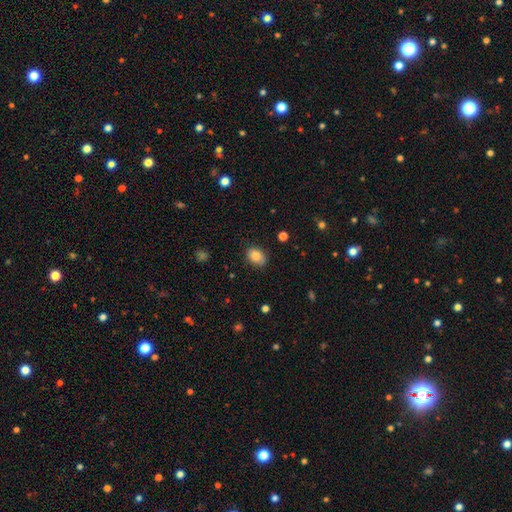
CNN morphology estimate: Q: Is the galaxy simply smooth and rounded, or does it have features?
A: smooth — 85%.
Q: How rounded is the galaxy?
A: in between — 66%.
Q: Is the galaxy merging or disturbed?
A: none — 77%.